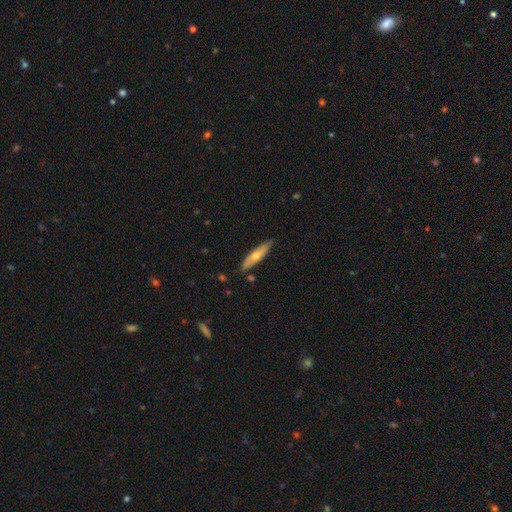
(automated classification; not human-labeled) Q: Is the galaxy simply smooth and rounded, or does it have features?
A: featured or disk — 48%.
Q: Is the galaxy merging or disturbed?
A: none — 85%.